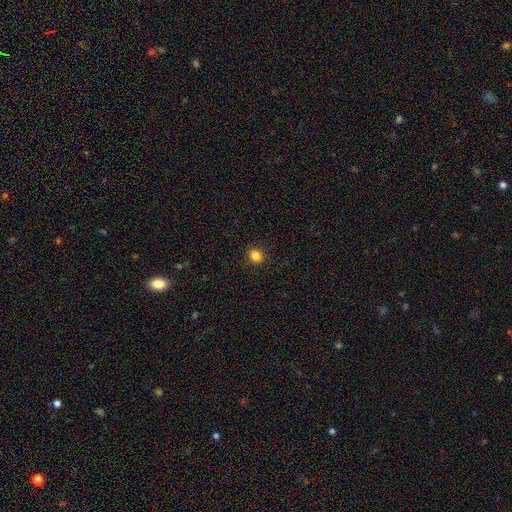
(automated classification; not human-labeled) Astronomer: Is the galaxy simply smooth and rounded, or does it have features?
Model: smooth — 85%.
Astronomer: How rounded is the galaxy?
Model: round — 68%.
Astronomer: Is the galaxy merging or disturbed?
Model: none — 91%.